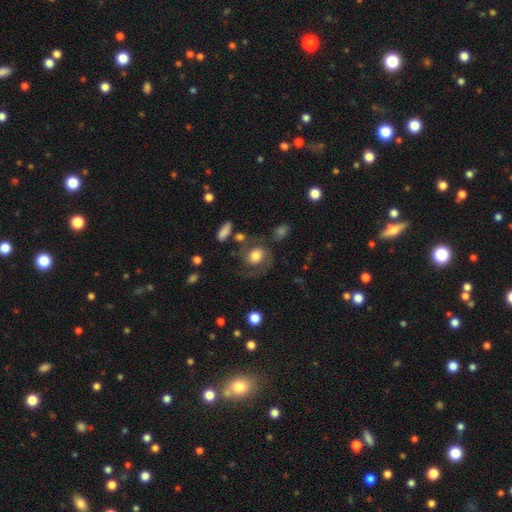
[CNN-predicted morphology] Smooth or featured? Predicted: featured or disk (p=0.54). Edge-on disk? Predicted: no (p=0.97). Bar? Predicted: no (p=0.64). Spiral arms? Predicted: yes (p=0.82). Bulge size? Predicted: moderate (p=0.53). Merging? Predicted: none (p=0.58).